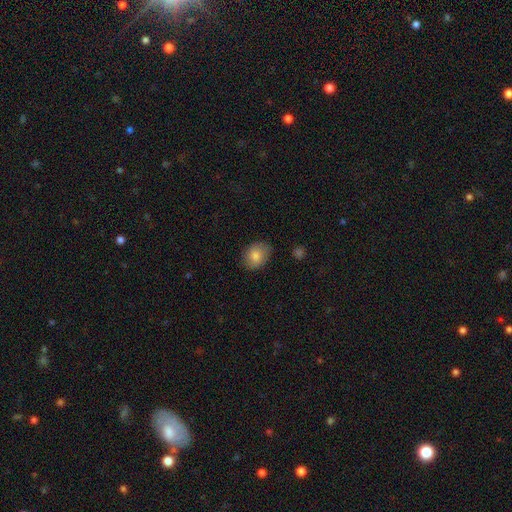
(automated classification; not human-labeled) Smooth or featured? Predicted: smooth (p=0.83). How rounded? Predicted: in between (p=0.60). Merging? Predicted: none (p=0.76).